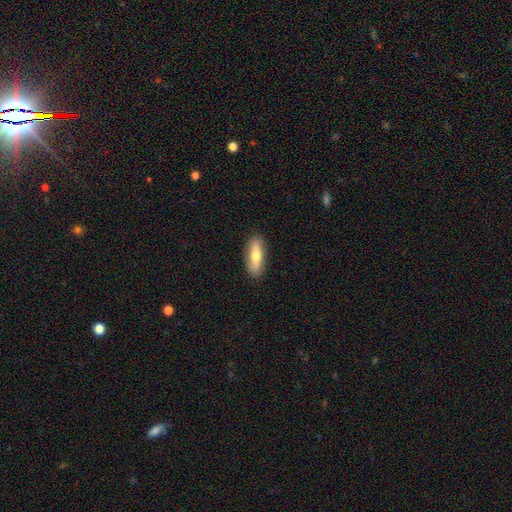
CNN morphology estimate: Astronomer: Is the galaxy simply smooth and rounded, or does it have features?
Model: smooth — 69%.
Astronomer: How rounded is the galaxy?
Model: in between — 69%.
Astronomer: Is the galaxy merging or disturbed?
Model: none — 88%.